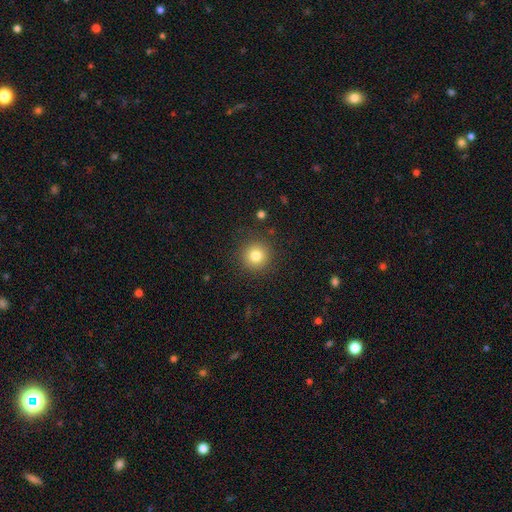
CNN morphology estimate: Smooth or featured? smooth (80%)
How rounded? round (95%)
Merging? none (90%)